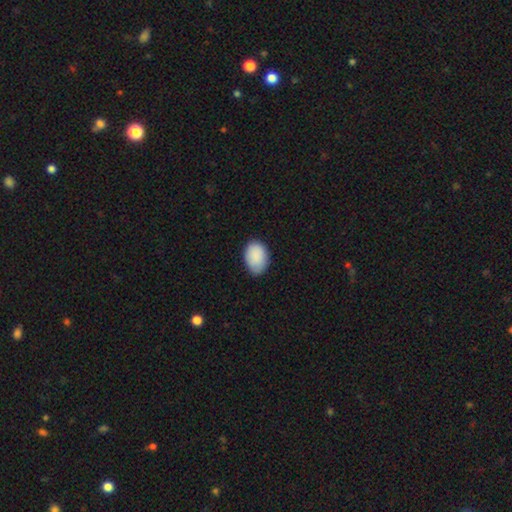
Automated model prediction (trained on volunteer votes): Smooth or featured? Predicted: smooth (p=0.89). How rounded? Predicted: in between (p=0.84). Merging? Predicted: none (p=0.77).